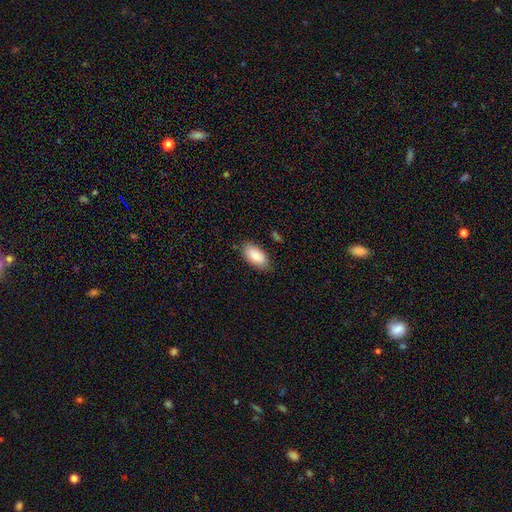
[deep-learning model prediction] smooth-or-featured: smooth: 87% | featured or disk: 7% | star or artifact: 6%
  how-rounded: in between: 94% | cigar-shaped: 4% | round: 2%
  merging: none: 82% | minor disturbance: 14% | major disturbance: 3% | merger: 2%